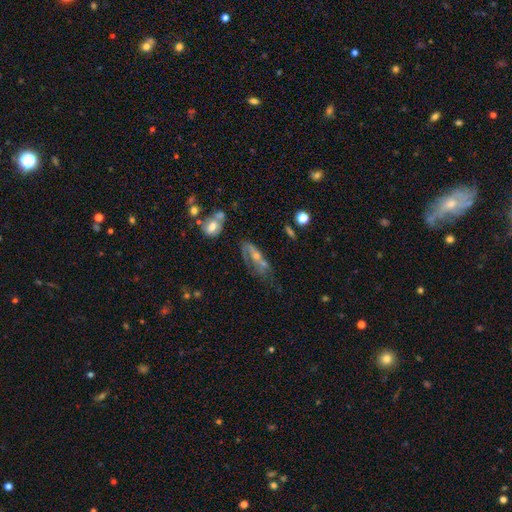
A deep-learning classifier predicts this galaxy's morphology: Smooth or featured?
  - featured or disk: 55% *
  - smooth: 30%
  - star or artifact: 15%
Edge-on disk?
  - no: 80% *
  - yes: 20%
Merging?
  - none: 34% *
  - major disturbance: 27%
  - minor disturbance: 22%
  - merger: 16%